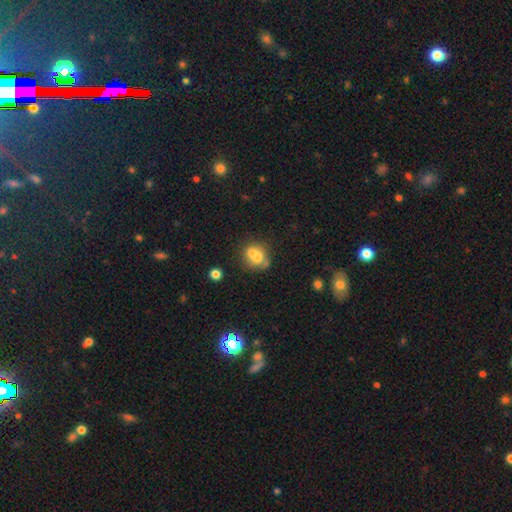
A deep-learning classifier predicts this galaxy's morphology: Smooth or featured: smooth — 65% (featured or disk — 24%)
How rounded: round — 69% (in between — 30%)
Merging: merger — 51% (none — 34%)